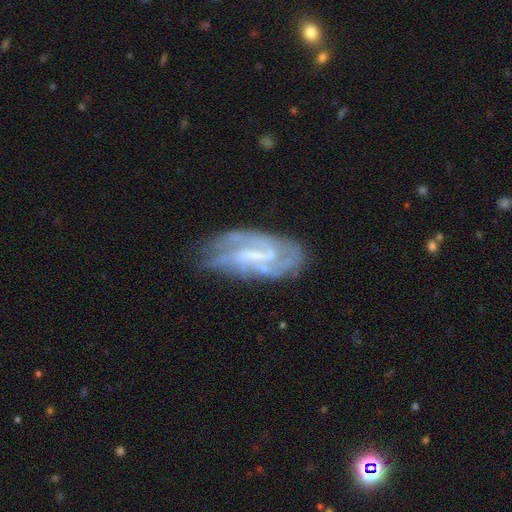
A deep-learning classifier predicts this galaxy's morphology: featured or disk 77%, smooth 15%, star or artifact 7%. Down the decision tree: edge-on disk — no (94%); bar — weak (47%); spiral arms — yes (84%); spiral arm count — can't tell (38%); spiral winding — medium (41%); bulge size — small (39%); merging — none (62%).